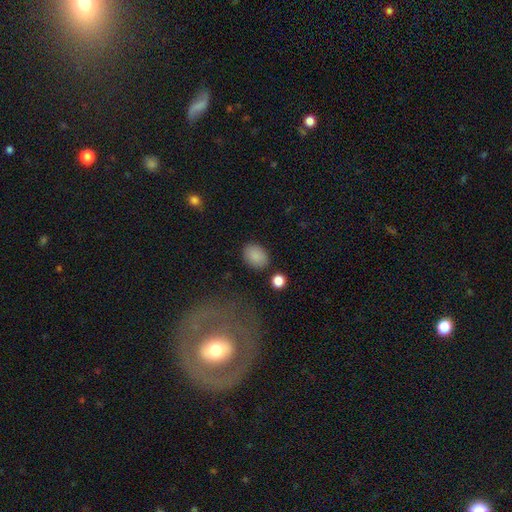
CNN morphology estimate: smooth_or_featured: smooth (p=0.88) [alt: star or artifact p=0.08]
how_rounded: in between (p=0.76) [alt: round p=0.23]
merging: none (p=0.84) [alt: minor disturbance p=0.10]